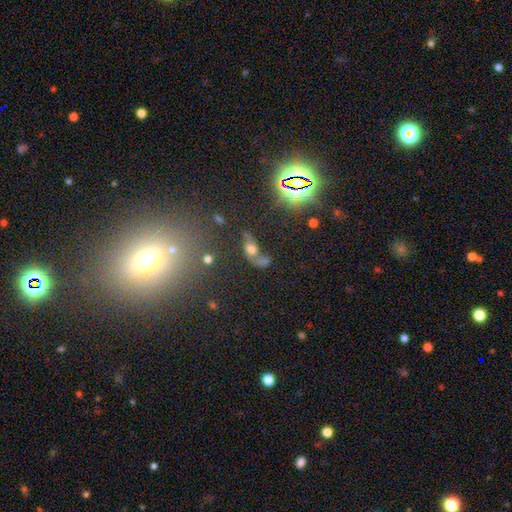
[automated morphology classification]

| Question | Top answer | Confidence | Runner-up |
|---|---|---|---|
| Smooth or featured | smooth | 40% | star or artifact (31%) |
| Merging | none | 38% | merger (37%) |